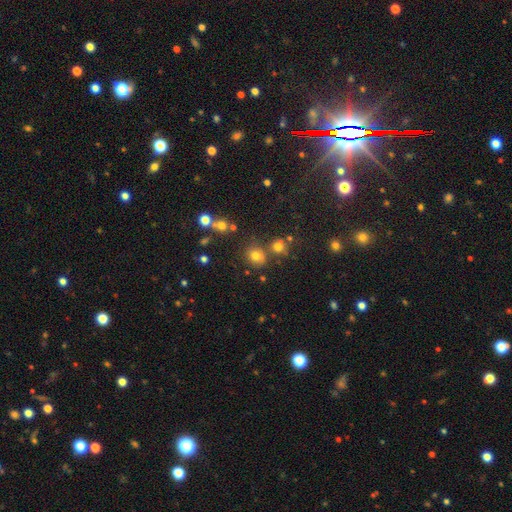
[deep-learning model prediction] This is likely a smooth galaxy (71%). How rounded: likely round (80%). Merging: likely none (74%).